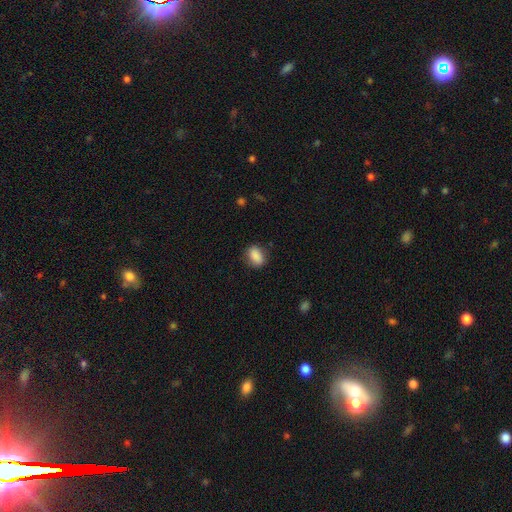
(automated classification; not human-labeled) smooth-or-featured: smooth: 88% | star or artifact: 8% | featured or disk: 4%
  how-rounded: in between: 80% | round: 17% | cigar-shaped: 2%
  merging: none: 79% | minor disturbance: 16% | major disturbance: 4% | merger: 1%